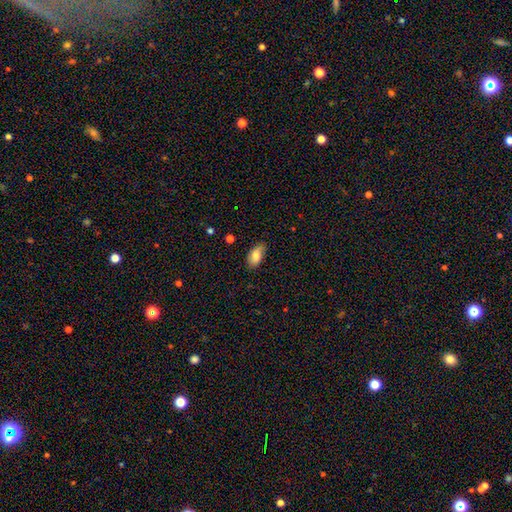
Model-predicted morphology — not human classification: A smooth galaxy with no disk features (80%) that is in between round and cigar-shaped (93%). Merging: none (72%).